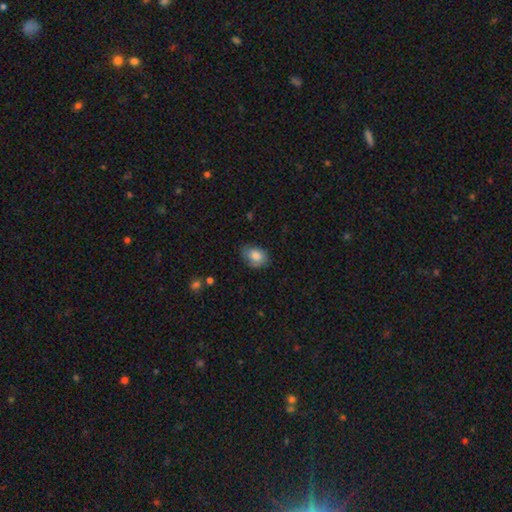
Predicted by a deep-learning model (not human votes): A smooth galaxy with no disk features (80%) that is in between round and cigar-shaped (72%).

Vote fractions:
- Smooth or featured? smooth: 80% / featured or disk: 13% / star or artifact: 7%
- How rounded? in between: 72% / round: 27% / cigar-shaped: 1%
- Merging? none: 69% / minor disturbance: 25% / major disturbance: 5% / merger: 1%